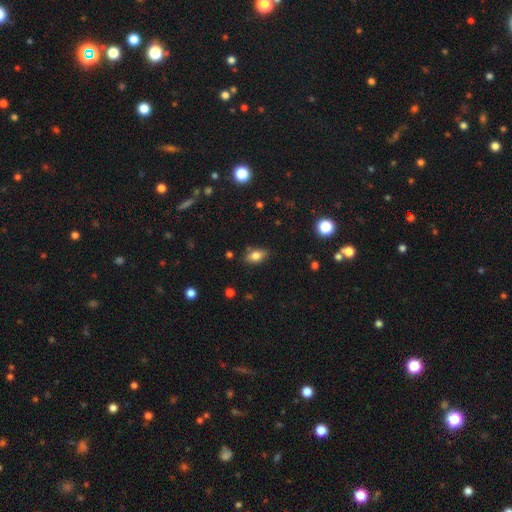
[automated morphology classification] smooth_or_featured: smooth (p=0.78) [alt: featured or disk p=0.12]
how_rounded: in between (p=0.85) [alt: round p=0.09]
merging: none (p=0.79) [alt: minor disturbance p=0.15]